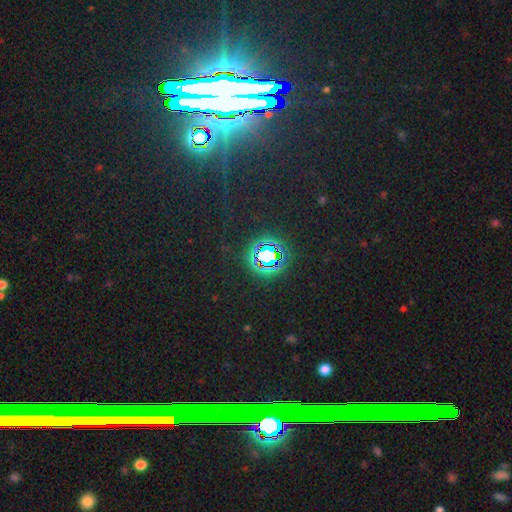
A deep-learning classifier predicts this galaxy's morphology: star or artifact 78%, smooth 13%, featured or disk 9%.